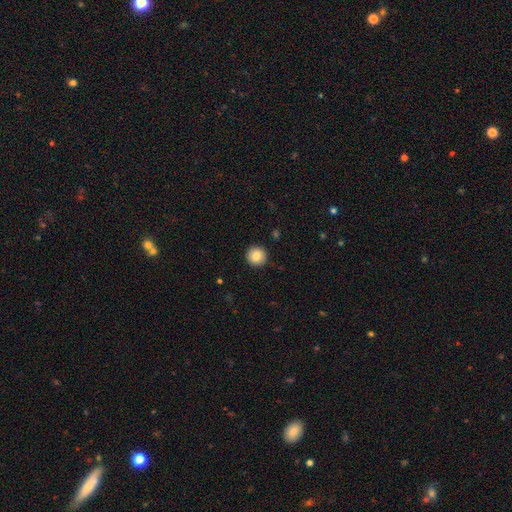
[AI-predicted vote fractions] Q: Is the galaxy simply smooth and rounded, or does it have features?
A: smooth — 85%.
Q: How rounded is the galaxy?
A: round — 96%.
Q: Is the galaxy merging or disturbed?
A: none — 92%.